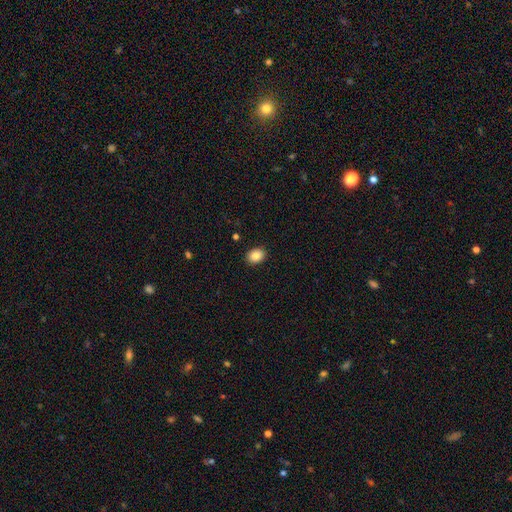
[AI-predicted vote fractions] Q: Smooth or featured?
A: smooth (86%); runner-up: star or artifact (9%)
Q: How rounded?
A: in between (65%); runner-up: round (34%)
Q: Merging?
A: none (90%); runner-up: minor disturbance (7%)